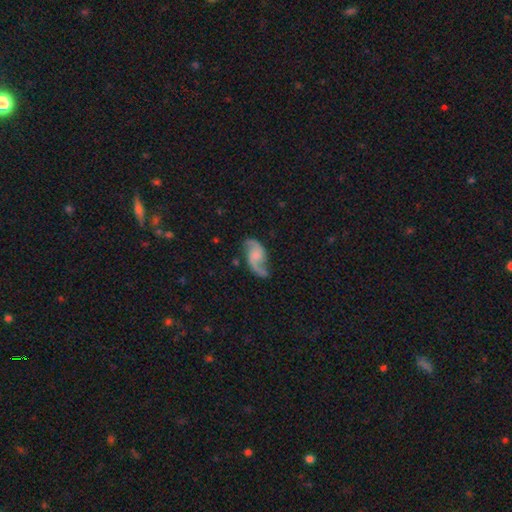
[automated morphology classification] Overall: featured or disk (85%). Edge-on disk: no (97%). Bar: no (58%; weak 35%). Spiral arms: yes (96%). Spiral arm count: 2 (92%). Spiral winding: loose (71%). Bulge size: small (40%; none 33%). Merging: none (71%).